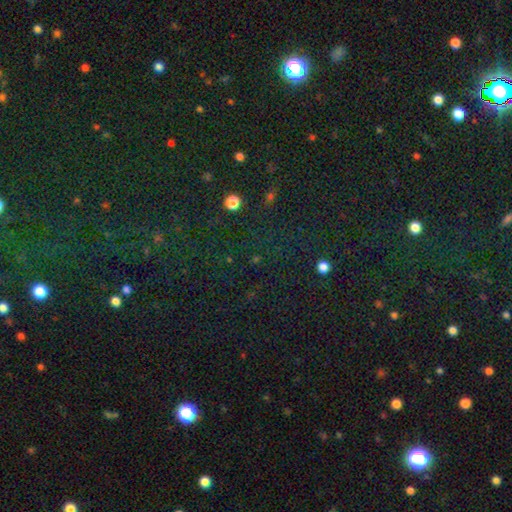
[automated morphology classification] This appears to be a star or artifact, not a galaxy (74%).